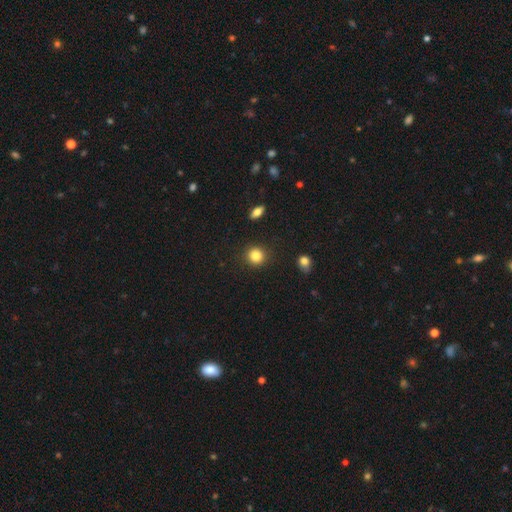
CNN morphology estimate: type=smooth (86%); roundness=round (89%); merging=none (89%).